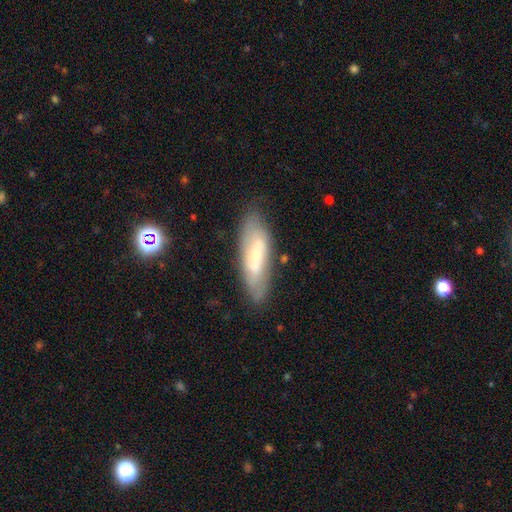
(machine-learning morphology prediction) smooth-or-featured: featured or disk: 54% | smooth: 38% | star or artifact: 7%
  disk-edge-on: no: 75% | yes: 25%
  merging: none: 77% | minor disturbance: 16% | major disturbance: 4% | merger: 2%